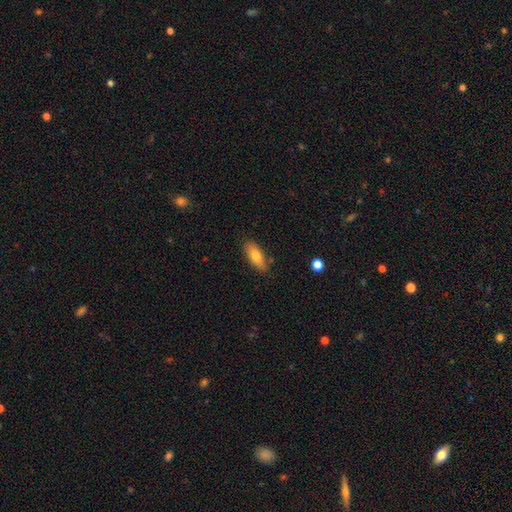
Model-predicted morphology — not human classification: The model was most divided on "how rounded": in between: 73%, cigar-shaped: 24%, round: 3%. More confident: merging — none (82%); smooth or featured — smooth (76%).